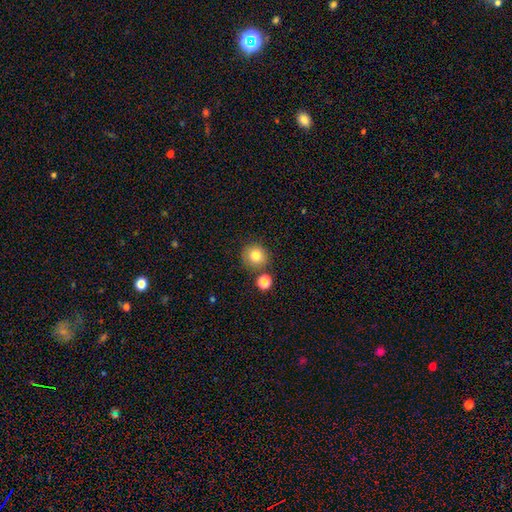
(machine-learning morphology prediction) This appears to be a smooth galaxy with no disk features (82%) that is round (90%). Merging: none (79%).